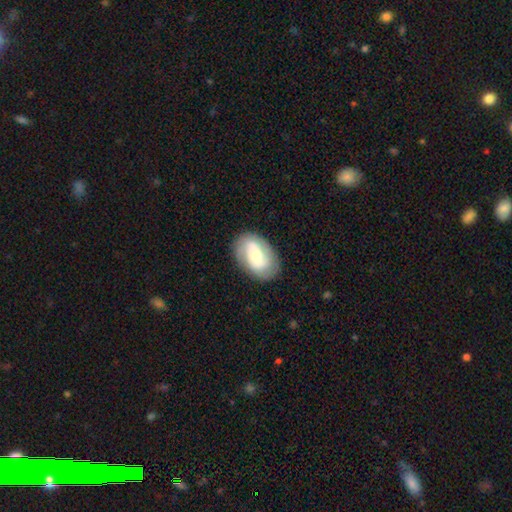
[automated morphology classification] Smooth or featured: featured or disk — 48% (smooth — 45%)
Merging: none — 81% (minor disturbance — 14%)